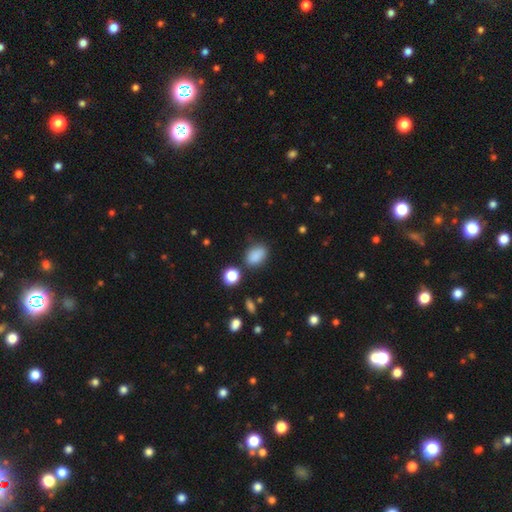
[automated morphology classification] smooth 85%, star or artifact 10%, featured or disk 4%. Down the decision tree: how rounded — in between (80%); merging — none (74%).